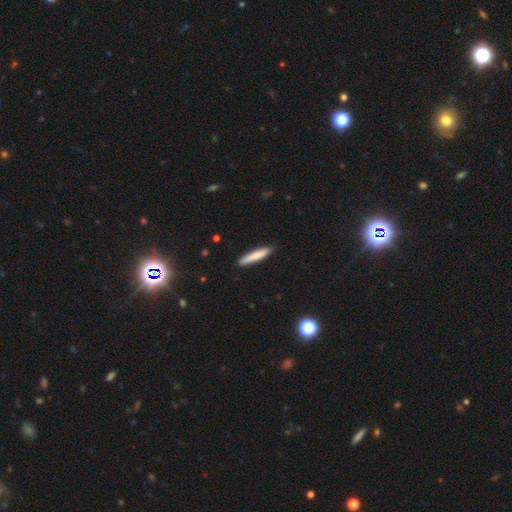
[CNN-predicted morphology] smooth-or-featured: smooth: 80% | featured or disk: 14% | star or artifact: 6%
  how-rounded: cigar-shaped: 92% | in between: 7% | round: 1%
  merging: none: 89% | minor disturbance: 8% | major disturbance: 1% | merger: 1%